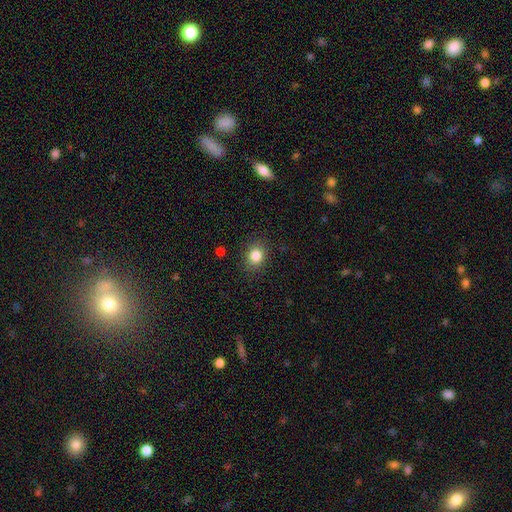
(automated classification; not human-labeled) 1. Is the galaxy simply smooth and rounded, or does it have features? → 84% smooth, 10% star or artifact, 6% featured or disk.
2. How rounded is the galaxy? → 63% round, 37% in between, 1% cigar-shaped.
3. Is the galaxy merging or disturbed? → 86% none, 9% minor disturbance, 3% major disturbance, 1% merger.